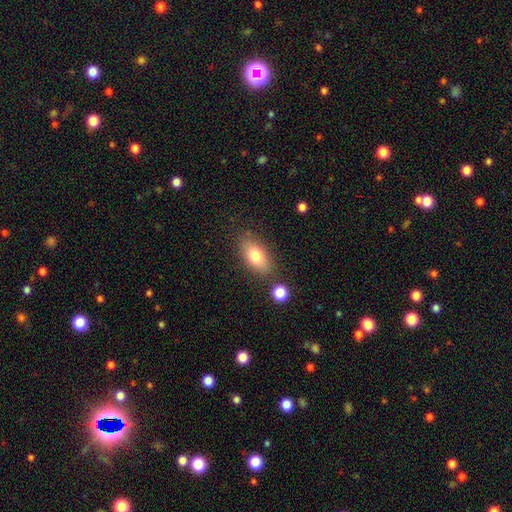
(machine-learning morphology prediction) smooth_or_featured: smooth (p=0.77) [alt: featured or disk p=0.15]
how_rounded: in between (p=0.87) [alt: round p=0.07]
merging: none (p=0.78) [alt: minor disturbance p=0.13]